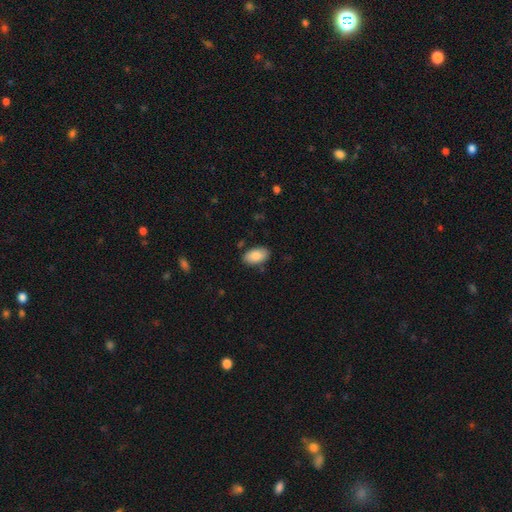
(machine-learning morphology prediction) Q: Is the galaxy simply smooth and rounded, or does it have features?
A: smooth — 87%.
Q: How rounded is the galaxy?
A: in between — 95%.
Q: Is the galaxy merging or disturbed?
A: none — 84%.